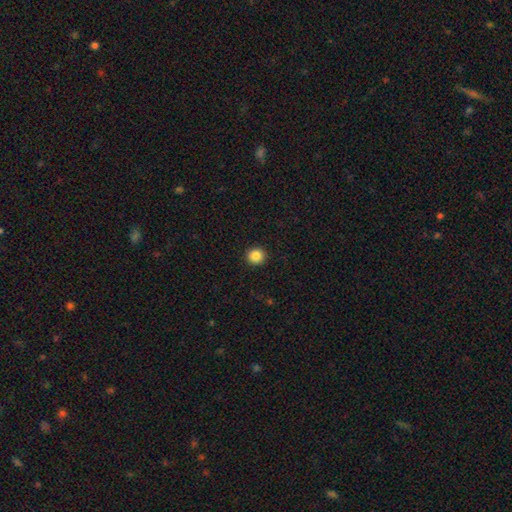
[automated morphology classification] Overall: smooth (86%). How rounded: round (93%). Merging: none (93%).